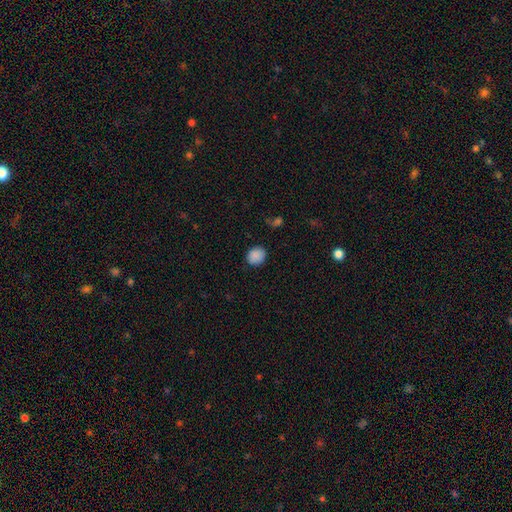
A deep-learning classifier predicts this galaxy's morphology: Smooth or featured: smooth — 87% (star or artifact — 9%)
How rounded: round — 75% (in between — 24%)
Merging: none — 84% (minor disturbance — 11%)